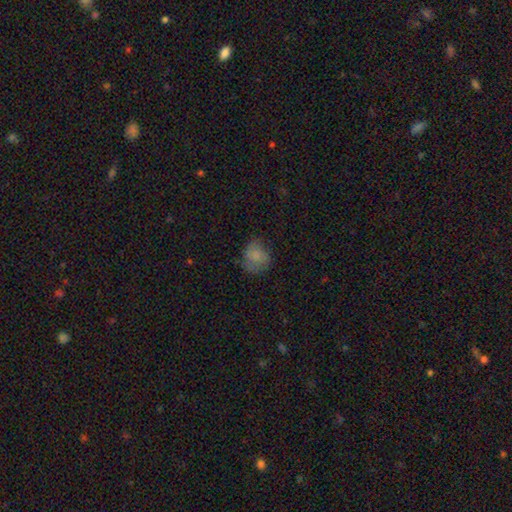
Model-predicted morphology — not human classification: This is likely a smooth galaxy (71%). How rounded: likely round (71%). Merging: possibly none (56%).